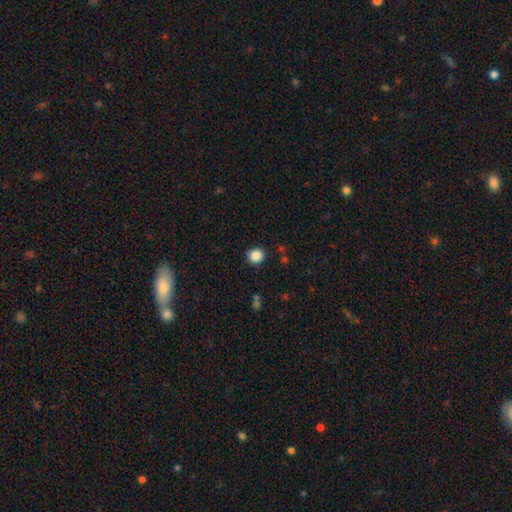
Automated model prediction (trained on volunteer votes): Smooth or featured? Predicted: smooth (p=0.87). How rounded? Predicted: round (p=0.85). Merging? Predicted: none (p=0.88).